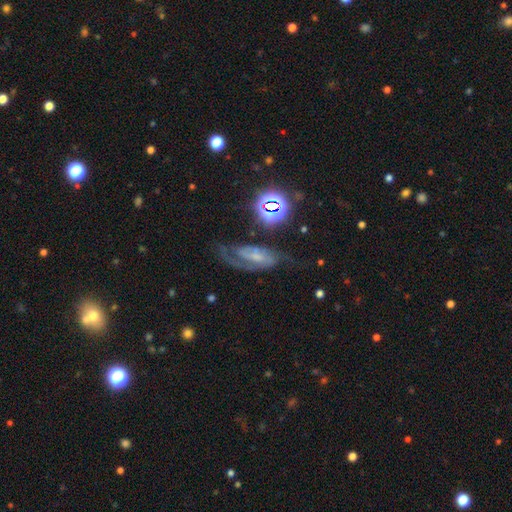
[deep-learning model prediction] This appears to be a featured or disk galaxy (71%) with a weak bar (41%), 2 (75%) medium (49%) spiral arms (92%) and a small central bulge (51%). Merging: none (53%).